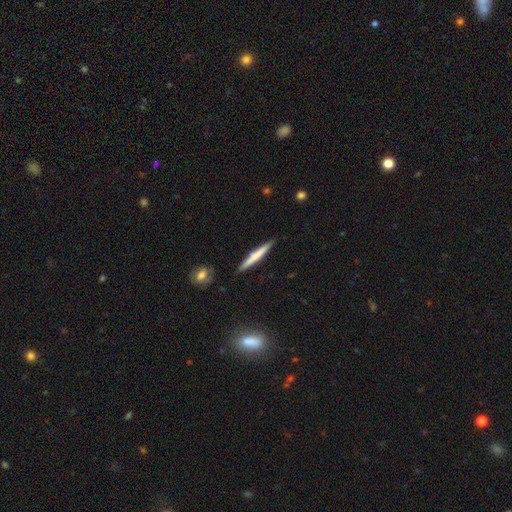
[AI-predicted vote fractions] smooth 57%, featured or disk 37%, star or artifact 6%. Down the decision tree: how rounded — cigar-shaped (95%); merging — none (88%).